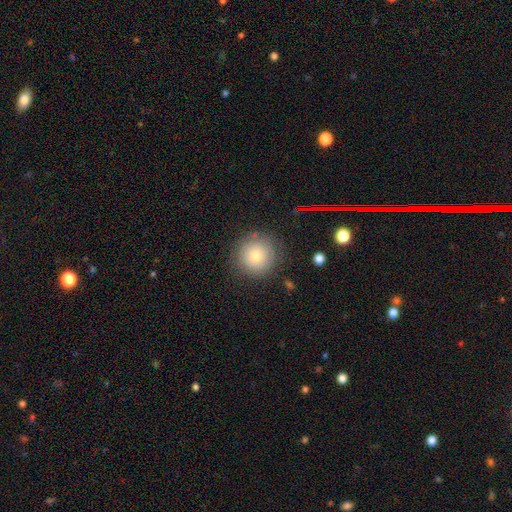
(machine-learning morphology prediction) smooth-or-featured: smooth: 71% | featured or disk: 17% | star or artifact: 12%
  how-rounded: round: 95% | in between: 4% | cigar-shaped: 1%
  merging: none: 84% | minor disturbance: 10% | major disturbance: 4% | merger: 1%